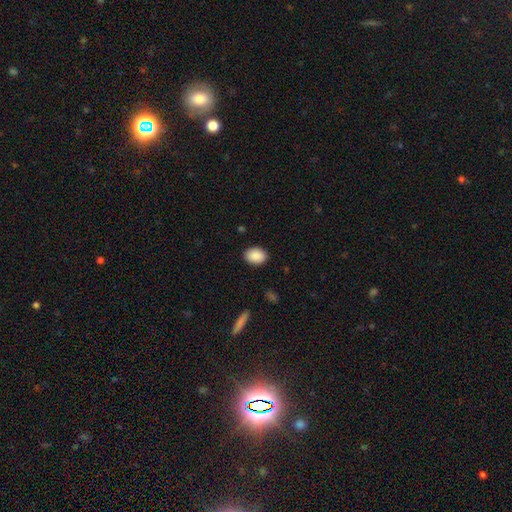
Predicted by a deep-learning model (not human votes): This appears to be a smooth galaxy with no disk features (90%) that is in between round and cigar-shaped (77%). Merging: none (89%).